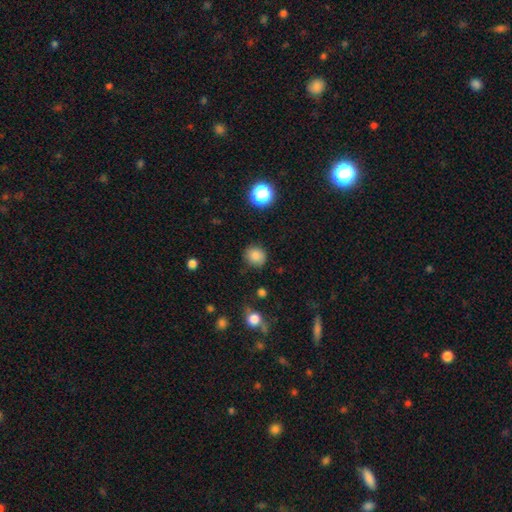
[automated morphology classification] A smooth galaxy with no disk features (83%) that is round (82%).

Vote fractions:
- Smooth or featured? smooth: 83% / star or artifact: 12% / featured or disk: 5%
- How rounded? round: 82% / in between: 17% / cigar-shaped: 1%
- Merging? none: 86% / minor disturbance: 9% / major disturbance: 3% / merger: 1%